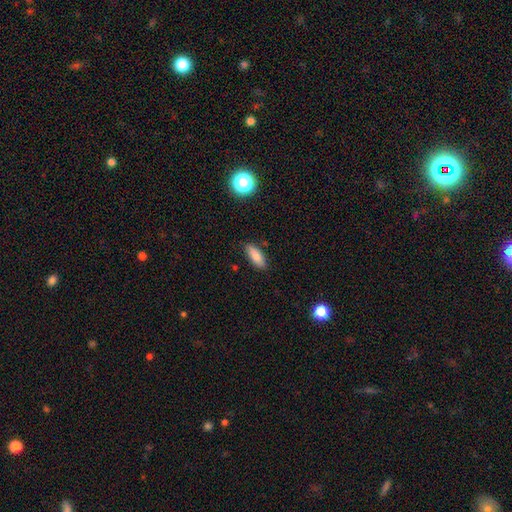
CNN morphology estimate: smooth 86%, star or artifact 8%, featured or disk 7%. Down the decision tree: how rounded — in between (72%); merging — none (84%).